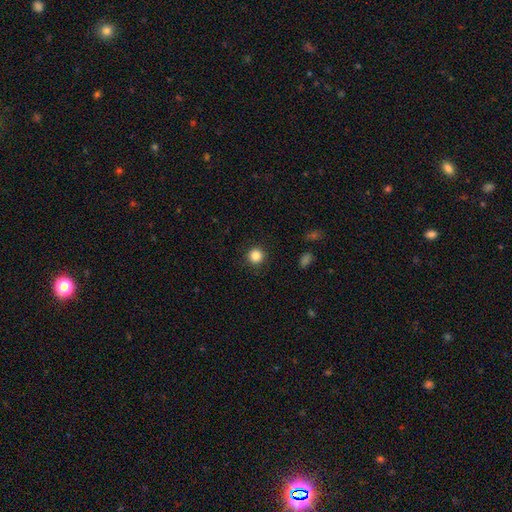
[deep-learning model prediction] This is clearly a smooth galaxy (85%). How rounded: clearly round (95%). Merging: clearly none (91%).